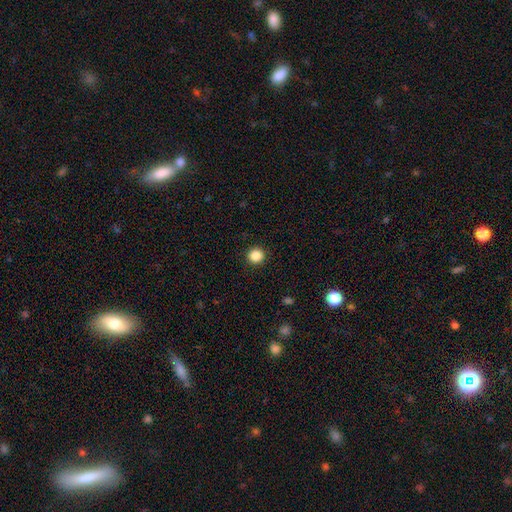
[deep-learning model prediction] Q: Smooth or featured?
A: smooth (87%); runner-up: star or artifact (10%)
Q: How rounded?
A: round (93%); runner-up: in between (6%)
Q: Merging?
A: none (92%); runner-up: minor disturbance (5%)